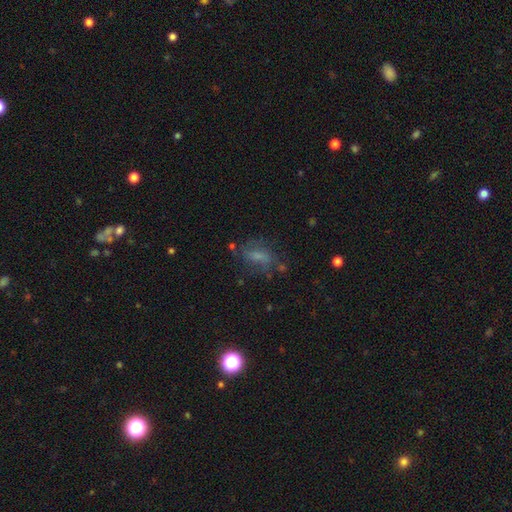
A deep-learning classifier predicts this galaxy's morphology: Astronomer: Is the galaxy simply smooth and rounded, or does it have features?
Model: featured or disk — 41% (runner-up: smooth, 39%).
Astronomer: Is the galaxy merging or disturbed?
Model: none — 62%.